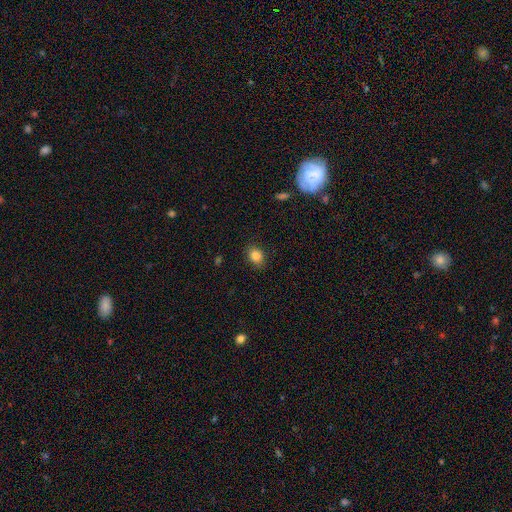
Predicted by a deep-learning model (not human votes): Morphology: type=smooth (84%); roundness=in between (50%); merging=none (86%).